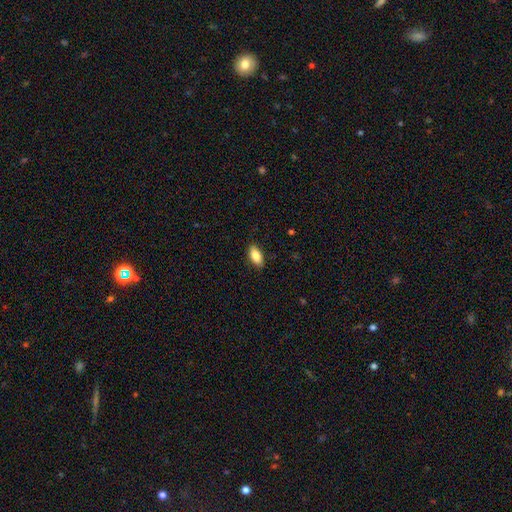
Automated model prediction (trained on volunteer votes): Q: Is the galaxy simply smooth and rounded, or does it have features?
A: smooth — 86%.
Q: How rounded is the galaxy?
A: in between — 89%.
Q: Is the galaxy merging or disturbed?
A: none — 87%.